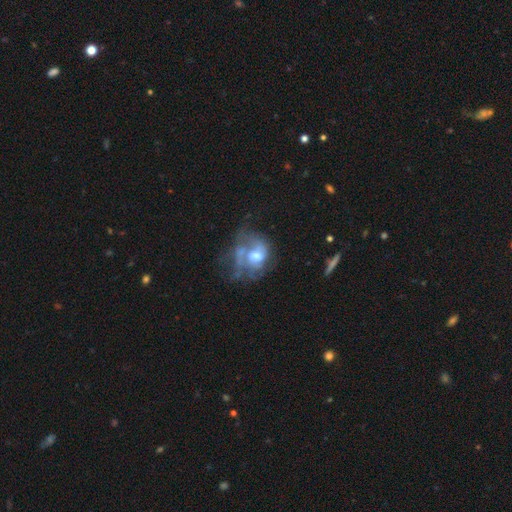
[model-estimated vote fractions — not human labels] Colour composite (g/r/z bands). It shows a featured or disk galaxy (65%) with no bar (72%), no spiral arms (51%) and a moderate central bulge (57%). Merging: major disturbance (39%).